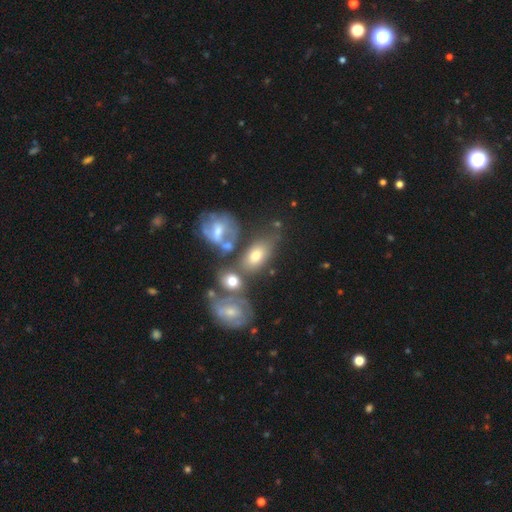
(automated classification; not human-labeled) smooth 60%, featured or disk 29%, star or artifact 12%. Down the decision tree: how rounded — in between (83%); merging — none (41%).